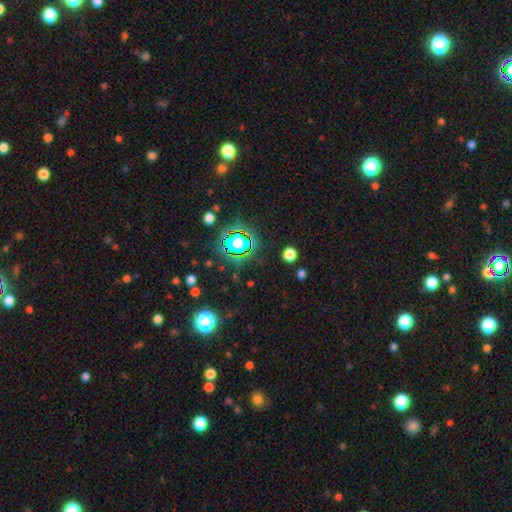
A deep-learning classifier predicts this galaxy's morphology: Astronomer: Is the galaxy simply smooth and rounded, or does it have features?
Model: star or artifact — 80%.